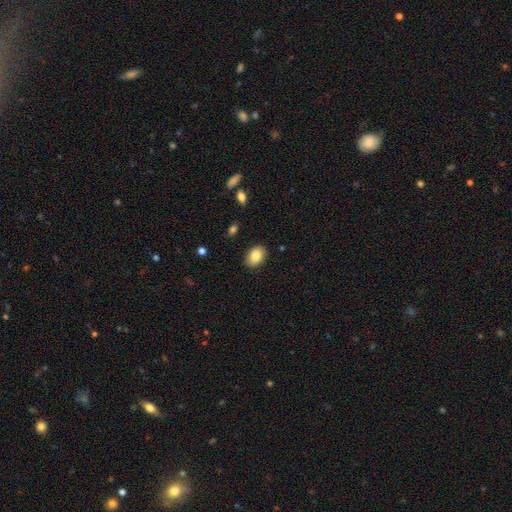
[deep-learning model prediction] This is clearly a smooth galaxy (83%). How rounded: likely in between (80%). Merging: clearly none (87%).